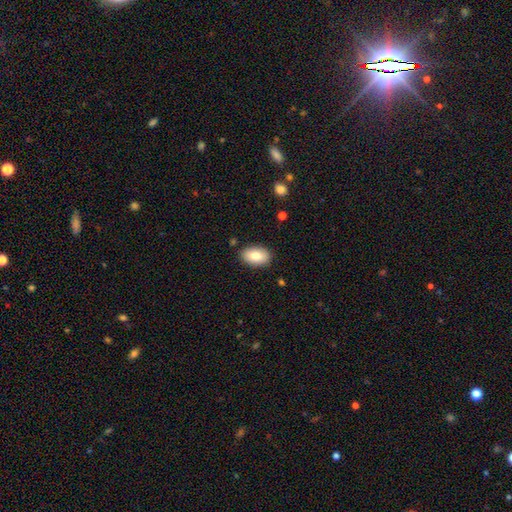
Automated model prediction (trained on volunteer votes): Smooth or featured?
  - smooth: 82% *
  - featured or disk: 11%
  - star or artifact: 7%
How rounded?
  - in between: 91% *
  - round: 7%
  - cigar-shaped: 1%
Merging?
  - none: 87% *
  - minor disturbance: 10%
  - major disturbance: 2%
  - merger: 1%